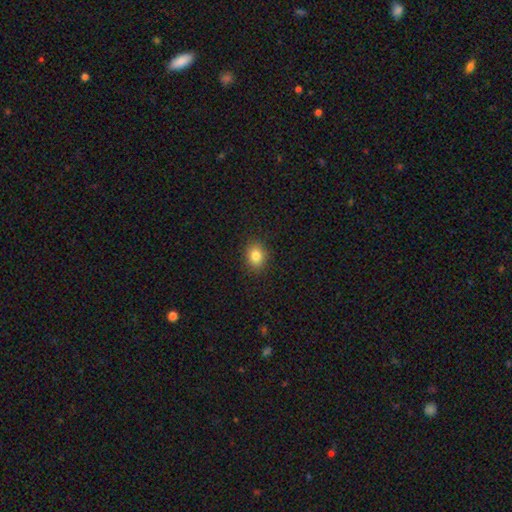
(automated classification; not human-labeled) This is clearly a smooth galaxy (82%). How rounded: possibly in between (52%). Merging: clearly none (89%).